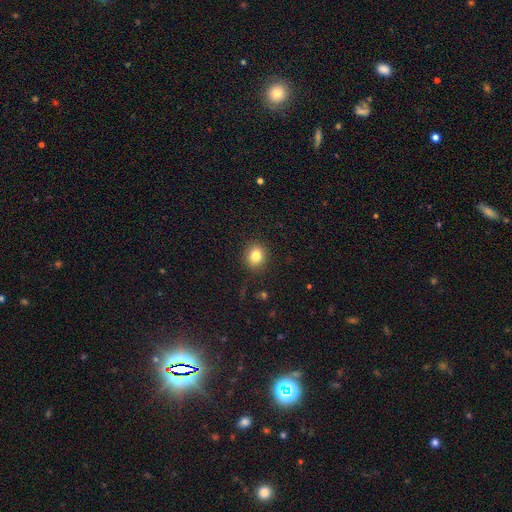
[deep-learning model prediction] Smooth or featured? smooth (83%)
How rounded? round (72%)
Merging? none (88%)